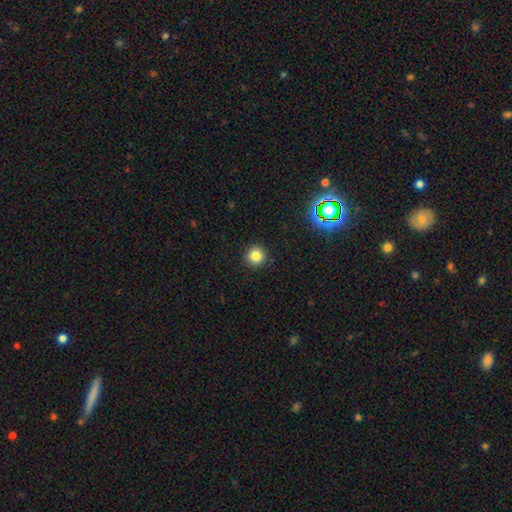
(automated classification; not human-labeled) smooth_or_featured: smooth (p=0.82) [alt: star or artifact p=0.13]
how_rounded: round (p=0.93) [alt: in between p=0.06]
merging: none (p=0.91) [alt: minor disturbance p=0.06]